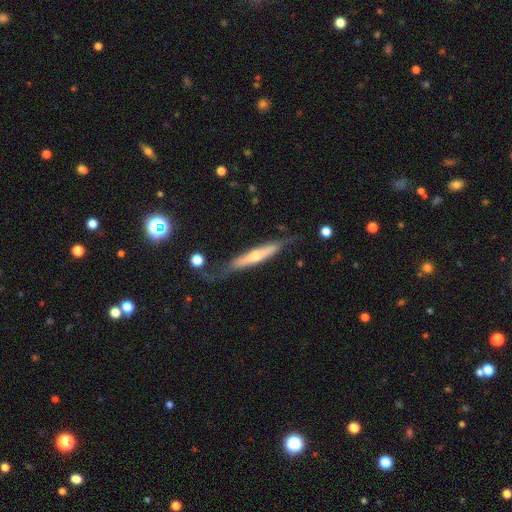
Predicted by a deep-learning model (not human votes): A featured or disk galaxy (59%) viewed edge-on (87%) with a rounded central bulge (69%).

Vote fractions:
- Smooth or featured? featured or disk: 59% / smooth: 35% / star or artifact: 5%
- Edge-on disk? yes: 87% / no: 13%
- Edge-on bulge? rounded: 69% / none: 22% / boxy: 9%
- Merging? none: 61% / minor disturbance: 24% / major disturbance: 12% / merger: 4%